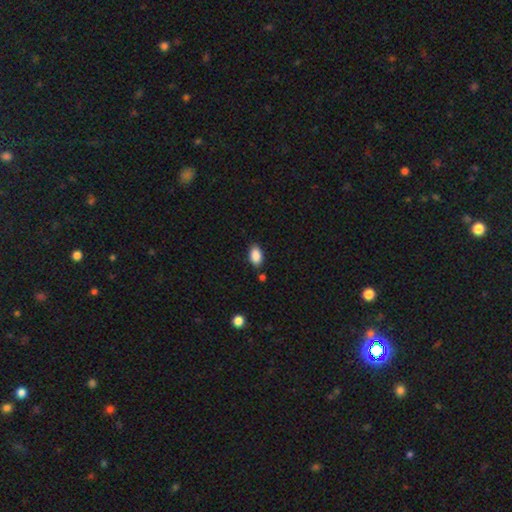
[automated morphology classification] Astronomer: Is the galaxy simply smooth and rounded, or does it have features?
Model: smooth — 88%.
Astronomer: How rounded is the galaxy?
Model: in between — 91%.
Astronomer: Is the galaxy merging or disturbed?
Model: none — 81%.